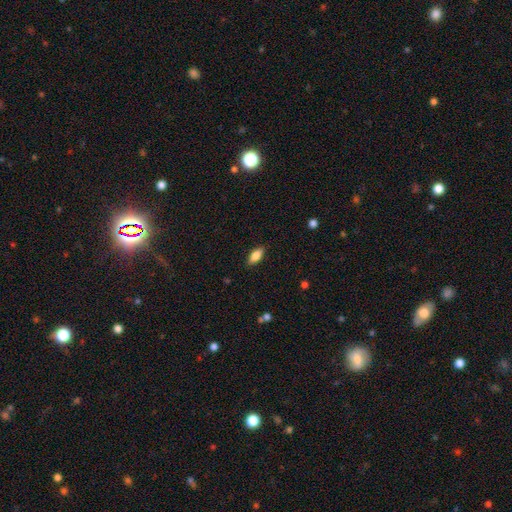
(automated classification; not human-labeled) Smooth or featured?
  - smooth: 83% *
  - featured or disk: 10%
  - star or artifact: 7%
How rounded?
  - in between: 86% *
  - cigar-shaped: 11%
  - round: 3%
Merging?
  - none: 87% *
  - minor disturbance: 10%
  - major disturbance: 2%
  - merger: 1%